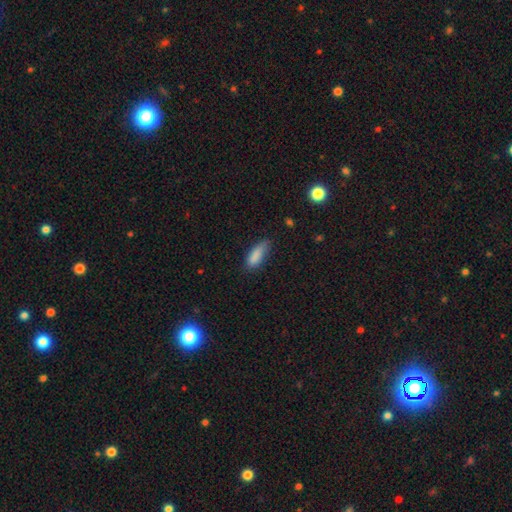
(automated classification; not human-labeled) Smooth or featured: smooth — 86% (star or artifact — 7%)
How rounded: in between — 65% (cigar-shaped — 33%)
Merging: none — 68% (minor disturbance — 25%)